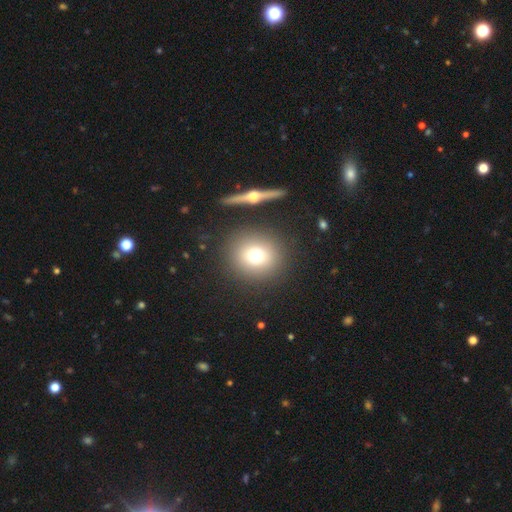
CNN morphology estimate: smooth-or-featured: smooth: 70% | featured or disk: 16% | star or artifact: 14%
  how-rounded: round: 88% | in between: 11% | cigar-shaped: 1%
  merging: none: 85% | minor disturbance: 7% | merger: 4% | major disturbance: 3%